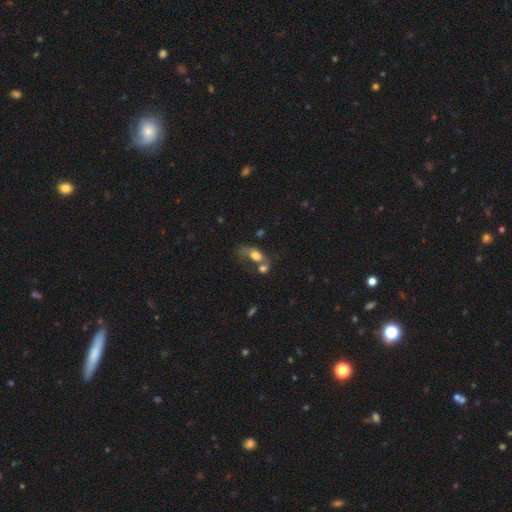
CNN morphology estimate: Q: Smooth or featured?
A: smooth (67%); runner-up: featured or disk (23%)
Q: How rounded?
A: in between (79%); runner-up: round (17%)
Q: Merging?
A: merger (49%); runner-up: major disturbance (19%)